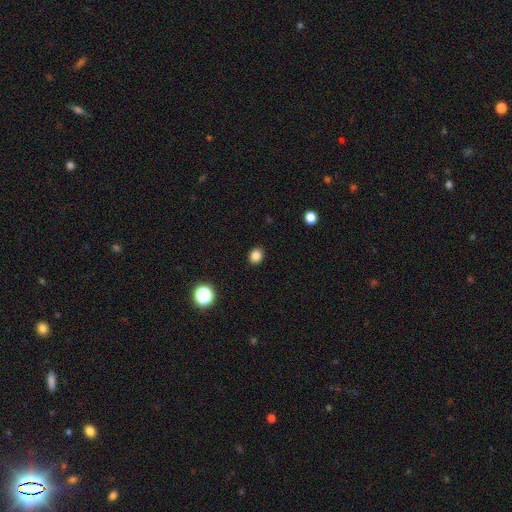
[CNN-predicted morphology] This is clearly a smooth galaxy (84%). How rounded: likely round (65%). Merging: clearly none (91%).